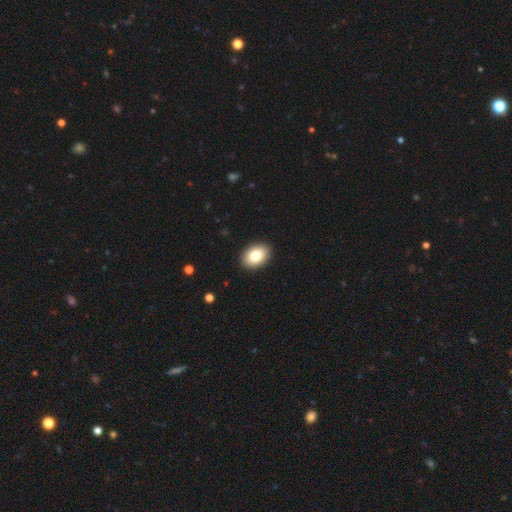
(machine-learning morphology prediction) Smooth or featured: smooth — 82% (featured or disk — 11%)
How rounded: in between — 83% (round — 16%)
Merging: none — 91% (minor disturbance — 7%)